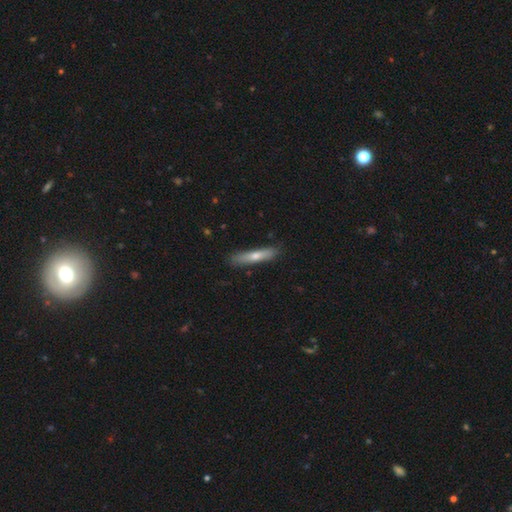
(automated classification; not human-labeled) Smooth or featured?
  - smooth: 60% *
  - featured or disk: 34%
  - star or artifact: 6%
How rounded?
  - cigar-shaped: 88% *
  - in between: 11%
  - round: 2%
Merging?
  - none: 87% *
  - minor disturbance: 10%
  - major disturbance: 2%
  - merger: 1%